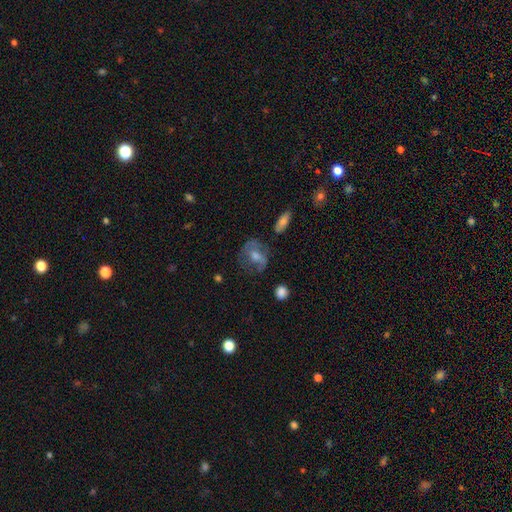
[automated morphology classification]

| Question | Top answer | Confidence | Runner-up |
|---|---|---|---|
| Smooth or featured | featured or disk | 54% | smooth (35%) |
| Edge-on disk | no | 94% | yes (6%) |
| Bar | no | 51% | weak (36%) |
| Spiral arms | yes | 59% | no (41%) |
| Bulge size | moderate | 59% | small (26%) |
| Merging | none | 63% | minor disturbance (20%) |